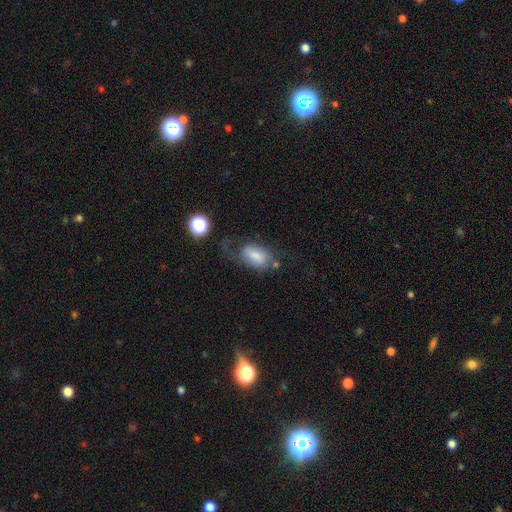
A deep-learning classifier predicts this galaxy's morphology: smooth-or-featured: smooth: 72% | featured or disk: 19% | star or artifact: 9%
  how-rounded: in between: 90% | round: 8% | cigar-shaped: 2%
  merging: none: 40% | major disturbance: 27% | minor disturbance: 24% | merger: 8%